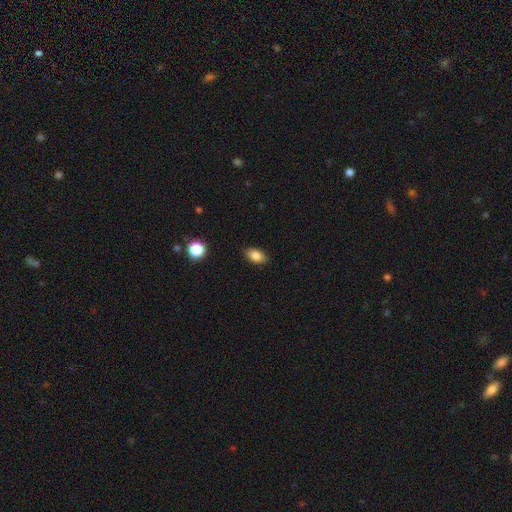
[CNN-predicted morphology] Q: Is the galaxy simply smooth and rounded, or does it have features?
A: smooth — 84%.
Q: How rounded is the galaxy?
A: in between — 89%.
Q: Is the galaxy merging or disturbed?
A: none — 87%.